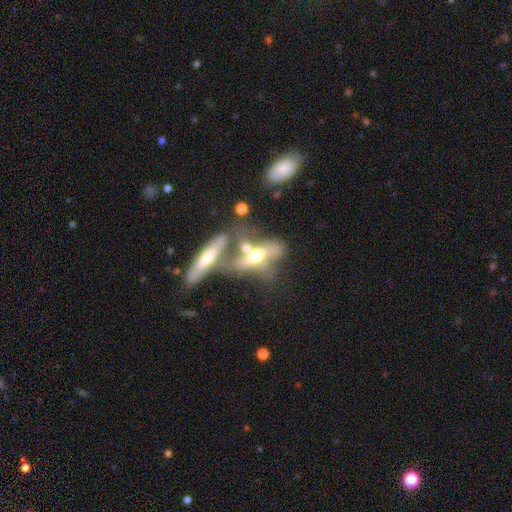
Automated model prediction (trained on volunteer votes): Overall: featured or disk (56%; smooth 35%). Edge-on disk: no (50%, tied with yes). Merging: merger (63%).